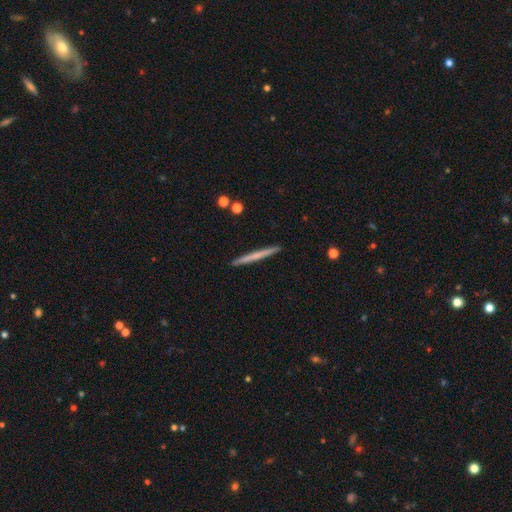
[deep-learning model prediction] A smooth galaxy with no disk features (55%) that is cigar-shaped (97%). Merging: none (93%).